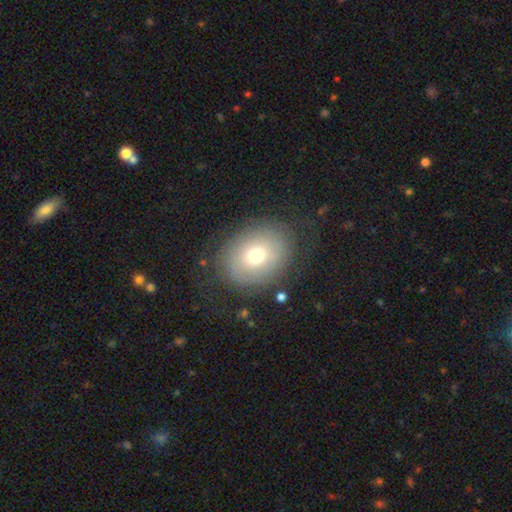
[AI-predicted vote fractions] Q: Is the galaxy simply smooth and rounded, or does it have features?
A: smooth — 65%.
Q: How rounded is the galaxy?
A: round — 50%.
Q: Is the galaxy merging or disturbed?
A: none — 73%.